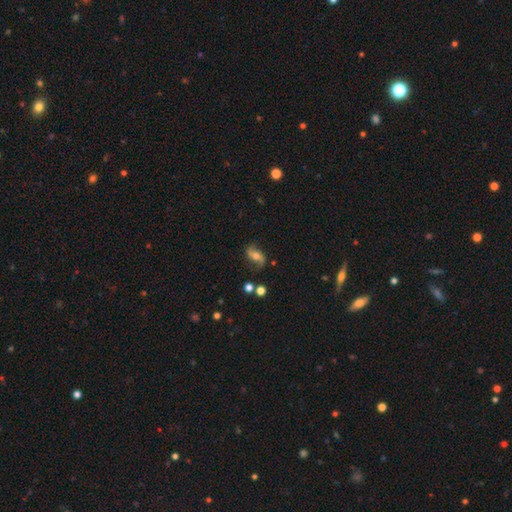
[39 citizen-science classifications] A featured or disk galaxy (90%) with no bar (50%), 2 (97%) loose (65%) spiral arms (100%) and a moderate central bulge (44%).

Vote fractions:
- Smooth or featured? featured or disk: 90% / smooth: 8% / star or artifact: 3%
- Edge-on disk? no: 97% / yes: 3%
- Bar? no: 50% / weak: 35% / strong: 15%
- Spiral arms? yes: 100% / no: 0%
- Spiral winding? loose: 65% / medium: 29% / tight: 6%
- Spiral arm count? 2: 97% / can't tell: 3% / 1: 0% / 3: 0% / 4: 0% / more than 4: 0%
- Bulge size? moderate: 44% / small: 29% / large: 24% / none: 3% / dominant: 0%
- Merging? none: 82% / minor disturbance: 11% / major disturbance: 5% / merger: 3%